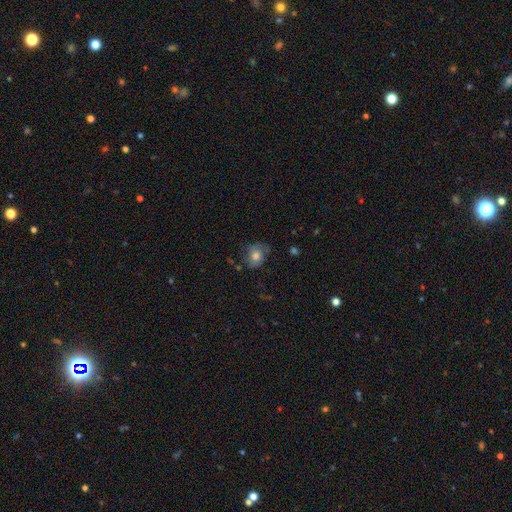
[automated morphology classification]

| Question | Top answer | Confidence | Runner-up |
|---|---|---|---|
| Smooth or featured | smooth | 72% | featured or disk (18%) |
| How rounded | round | 66% | in between (33%) |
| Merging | none | 61% | minor disturbance (27%) |